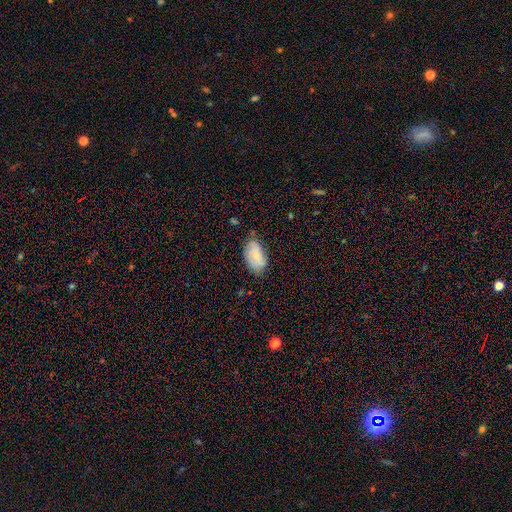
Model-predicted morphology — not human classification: Smooth or featured? Predicted: smooth (p=0.60). How rounded? Predicted: in between (p=0.94). Merging? Predicted: none (p=0.69).